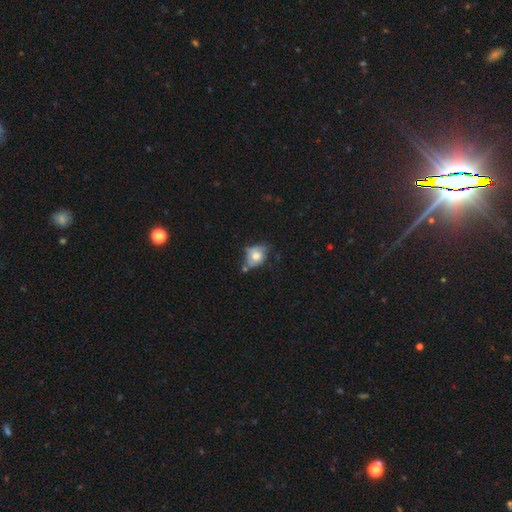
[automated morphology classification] A smooth galaxy with no disk features (68%) that is in between round and cigar-shaped (59%).

Vote fractions:
- Smooth or featured? smooth: 68% / featured or disk: 24% / star or artifact: 9%
- How rounded? in between: 59% / round: 40% / cigar-shaped: 1%
- Merging? none: 41% / minor disturbance: 33% / merger: 15% / major disturbance: 12%